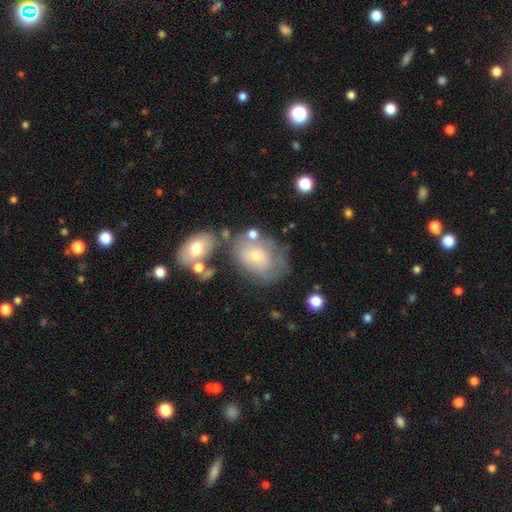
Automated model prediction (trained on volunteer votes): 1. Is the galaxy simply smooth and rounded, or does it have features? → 50% smooth, 40% featured or disk, 10% star or artifact.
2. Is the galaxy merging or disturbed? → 45% none, 24% minor disturbance, 16% merger, 15% major disturbance.